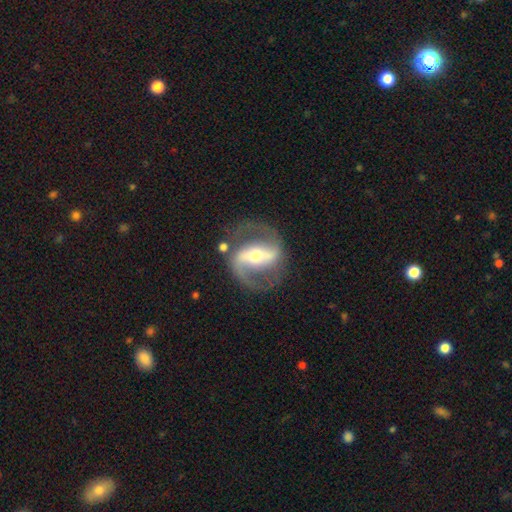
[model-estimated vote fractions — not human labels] Smooth or featured? Predicted: featured or disk (p=0.88). Edge-on disk? Predicted: no (p=0.95). Bar? Predicted: strong (p=0.63). Spiral arms? Predicted: yes (p=0.92). Spiral winding? Predicted: medium (p=0.55). Spiral arm count? Predicted: 2 (p=0.91). Bulge size? Predicted: moderate (p=0.62). Merging? Predicted: none (p=0.78).